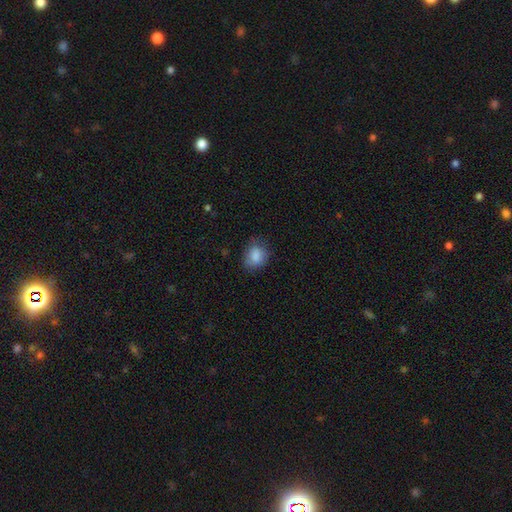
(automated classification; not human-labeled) Smooth or featured? smooth (85%)
How rounded? round (50%)
Merging? none (69%)